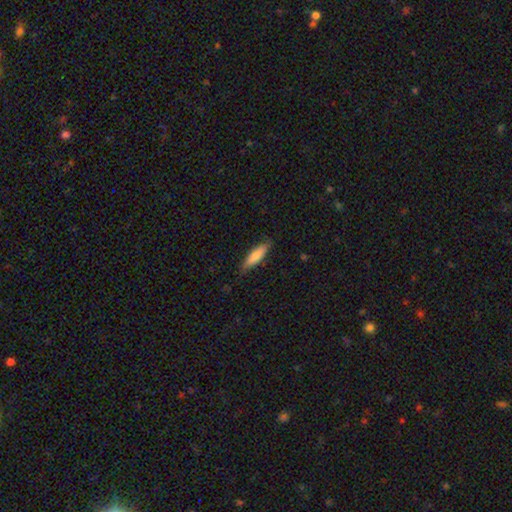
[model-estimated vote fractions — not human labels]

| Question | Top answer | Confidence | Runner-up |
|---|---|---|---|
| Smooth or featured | smooth | 79% | featured or disk (15%) |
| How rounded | cigar-shaped | 64% | in between (34%) |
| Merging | none | 79% | minor disturbance (17%) |